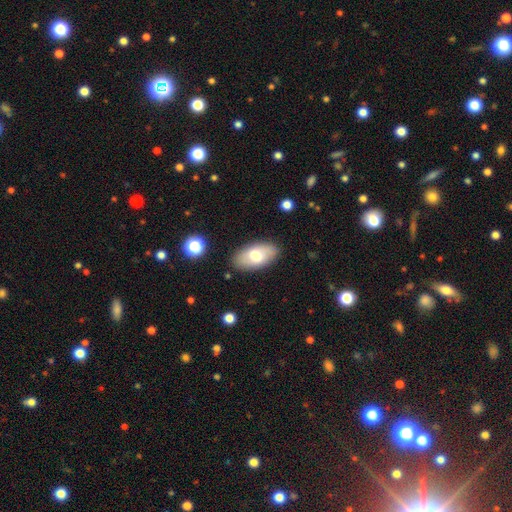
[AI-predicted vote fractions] smooth-or-featured: smooth: 70% | featured or disk: 23% | star or artifact: 7%
  how-rounded: in between: 94% | round: 4% | cigar-shaped: 3%
  merging: none: 86% | minor disturbance: 10% | major disturbance: 3% | merger: 2%